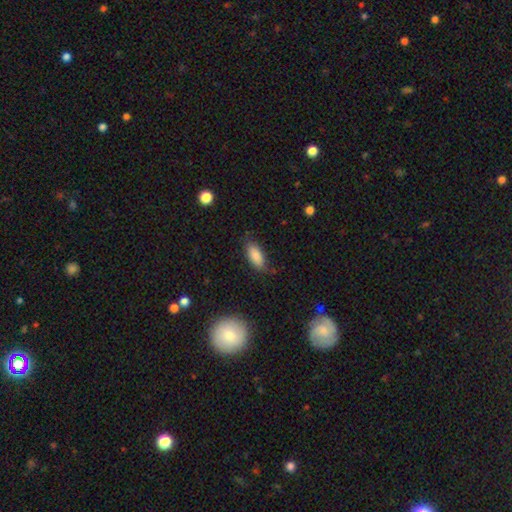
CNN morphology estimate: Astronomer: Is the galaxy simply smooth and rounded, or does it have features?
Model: smooth — 86%.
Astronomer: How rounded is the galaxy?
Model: in between — 84%.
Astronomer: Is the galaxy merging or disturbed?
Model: none — 77%.